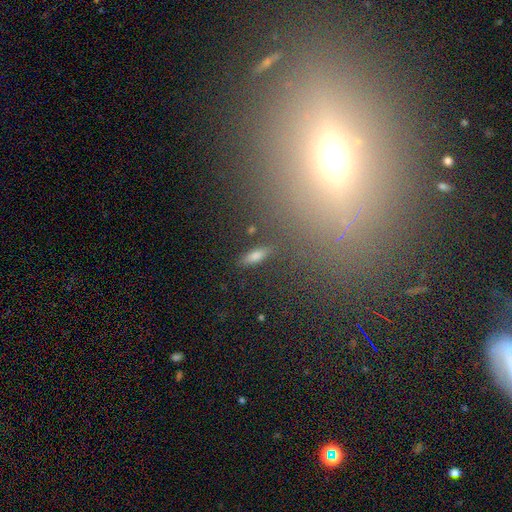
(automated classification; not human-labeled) This is likely a smooth galaxy (71%). How rounded: possibly in between (54%). Merging: clearly none (82%).